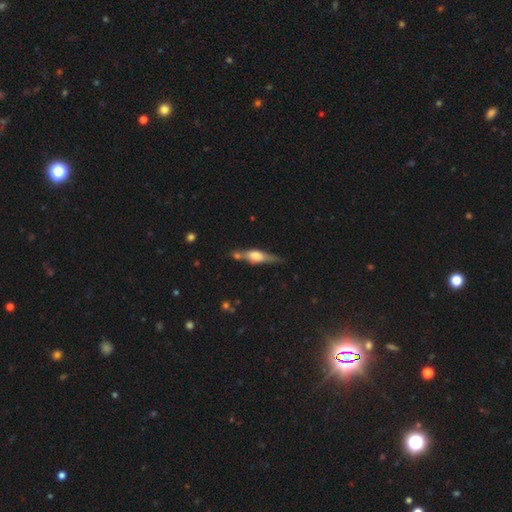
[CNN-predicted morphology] A featured or disk galaxy (58%) viewed edge-on (92%) with a rounded central bulge (79%). Merging: none (64%).